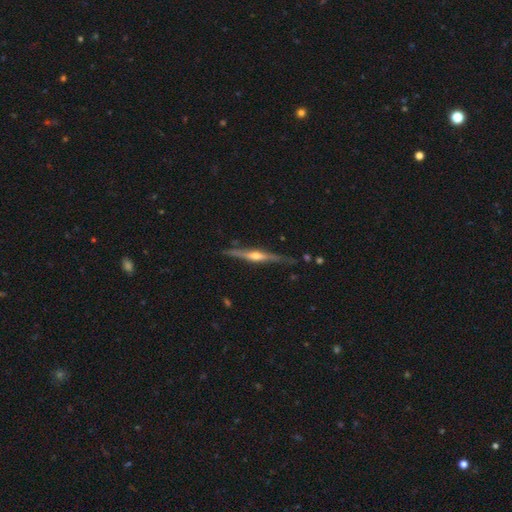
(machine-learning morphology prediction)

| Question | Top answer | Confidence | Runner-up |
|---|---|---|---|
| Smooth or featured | featured or disk | 77% | smooth (17%) |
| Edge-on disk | yes | 97% | no (3%) |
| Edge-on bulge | rounded | 89% | none (6%) |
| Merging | none | 80% | minor disturbance (15%) |